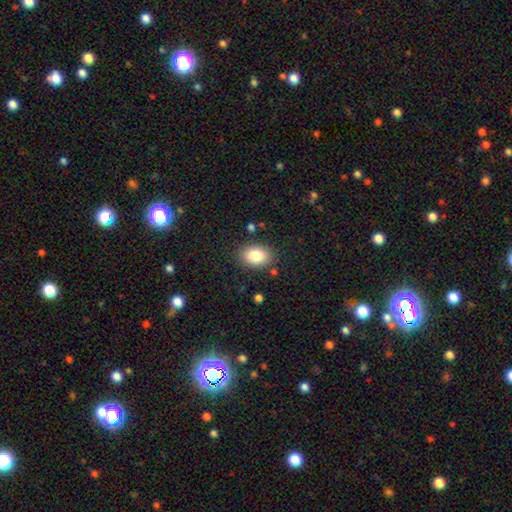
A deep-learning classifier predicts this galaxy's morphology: Smooth or featured? smooth (84%)
How rounded? in between (78%)
Merging? none (85%)